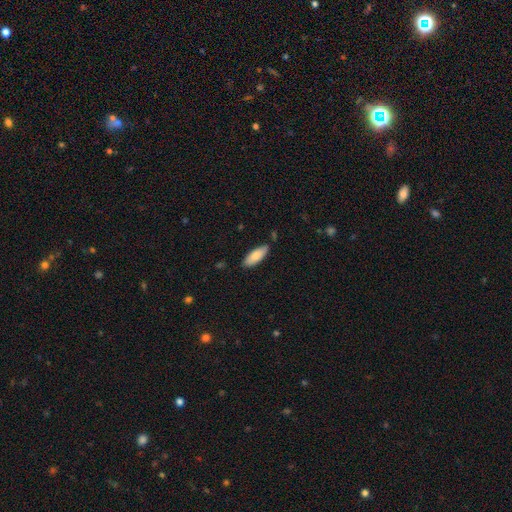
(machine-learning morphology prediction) The model was most divided on "how rounded": in between: 76%, cigar-shaped: 23%, round: 2%. More confident: smooth or featured — smooth (82%); merging — none (81%).